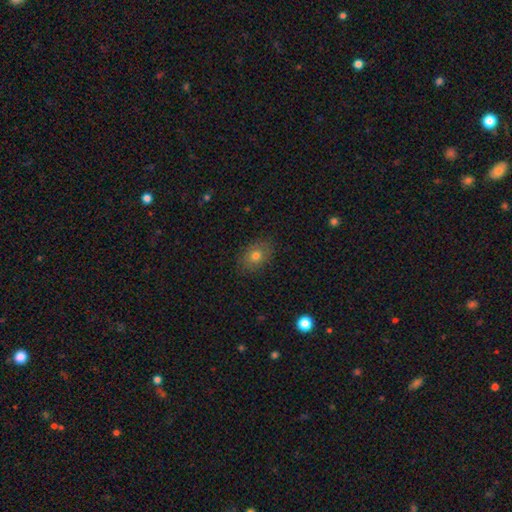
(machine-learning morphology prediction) smooth_or_featured: smooth (p=0.74) [alt: featured or disk p=0.14]
how_rounded: in between (p=0.68) [alt: round p=0.31]
merging: none (p=0.85) [alt: minor disturbance p=0.11]